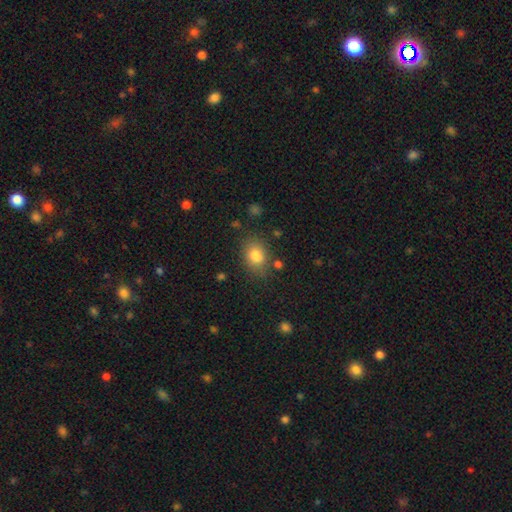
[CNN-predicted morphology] Q: Smooth or featured?
A: smooth (82%); runner-up: star or artifact (10%)
Q: How rounded?
A: in between (68%); runner-up: round (31%)
Q: Merging?
A: none (75%); runner-up: minor disturbance (15%)